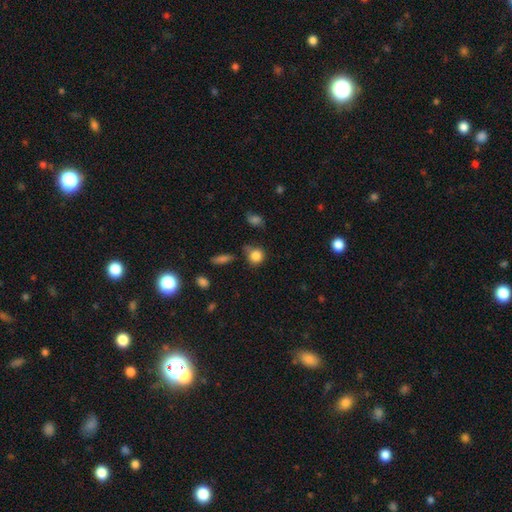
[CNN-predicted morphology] Smooth or featured? Predicted: smooth (p=0.83). How rounded? Predicted: round (p=0.82). Merging? Predicted: none (p=0.63).